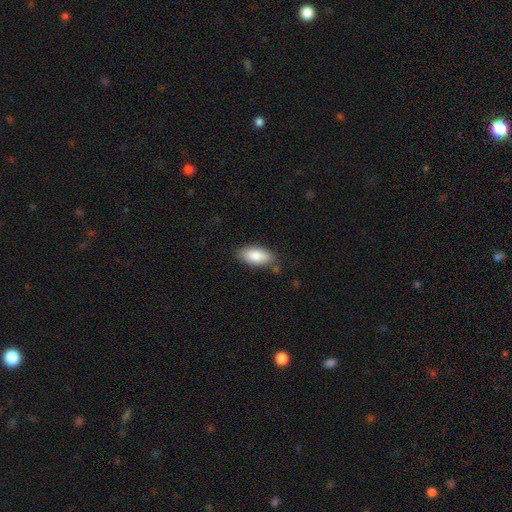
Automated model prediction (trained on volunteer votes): Smooth or featured: smooth — 85% (featured or disk — 9%)
How rounded: in between — 91% (cigar-shaped — 6%)
Merging: none — 79% (minor disturbance — 16%)